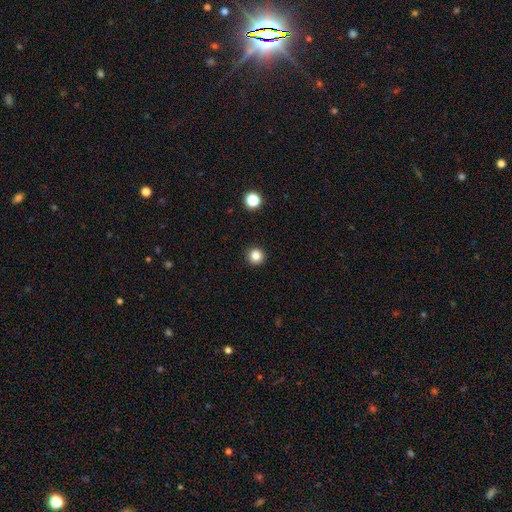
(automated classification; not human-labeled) Smooth or featured: smooth — 83% (star or artifact — 12%)
How rounded: round — 96% (in between — 3%)
Merging: none — 94% (minor disturbance — 4%)